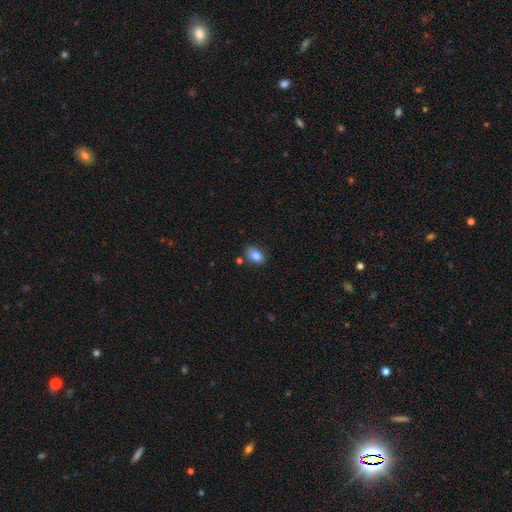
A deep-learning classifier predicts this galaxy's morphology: Smooth or featured: smooth — 82% (star or artifact — 9%)
How rounded: in between — 81% (round — 18%)
Merging: none — 80% (minor disturbance — 12%)